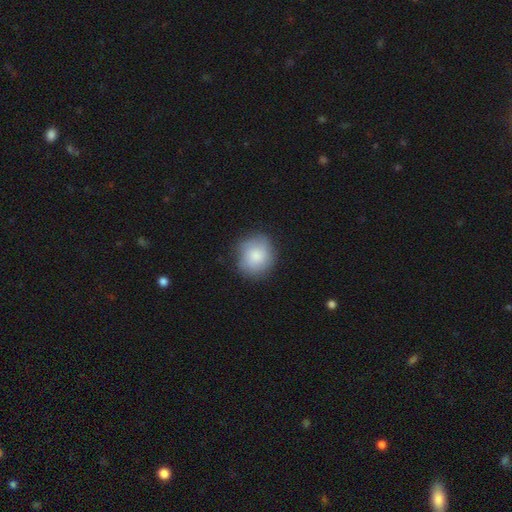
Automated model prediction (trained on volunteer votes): Smooth or featured: smooth — 77% (featured or disk — 16%)
How rounded: round — 78% (in between — 21%)
Merging: none — 78% (minor disturbance — 16%)